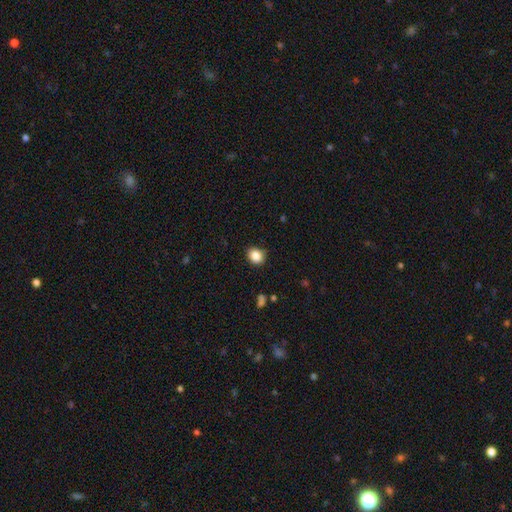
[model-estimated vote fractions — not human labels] smooth-or-featured: smooth: 86% | star or artifact: 10% | featured or disk: 5%
  how-rounded: round: 63% | in between: 36% | cigar-shaped: 1%
  merging: none: 85% | minor disturbance: 11% | major disturbance: 2% | merger: 1%